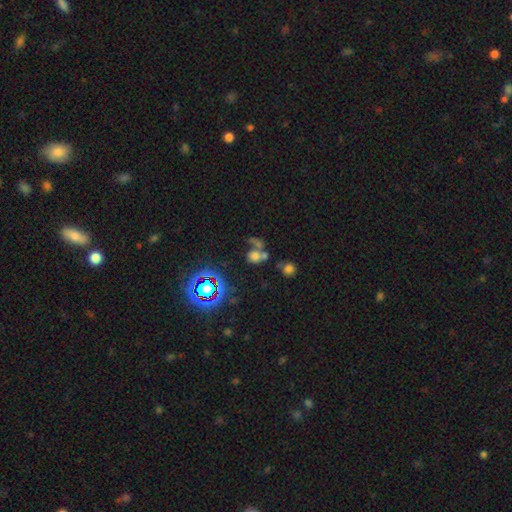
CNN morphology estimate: This is possibly a smooth galaxy (54%). How rounded: likely round (62%). Merging: possibly merger (45%).